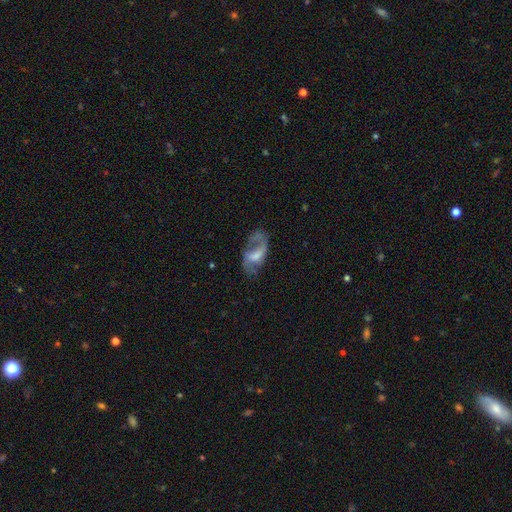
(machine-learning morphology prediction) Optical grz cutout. It shows a featured or disk galaxy (63%) with a weak bar (43%), spiral arms (69%) and a moderate central bulge (35%). Merging: none (43%).